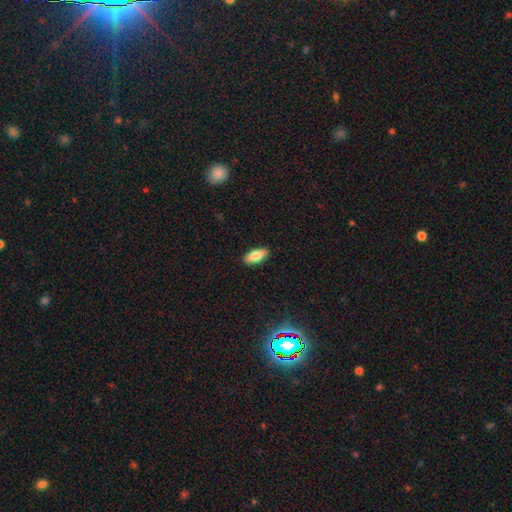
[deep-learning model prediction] This appears to be a smooth galaxy with no disk features (78%) that is in between round and cigar-shaped (81%). Merging: none (89%).